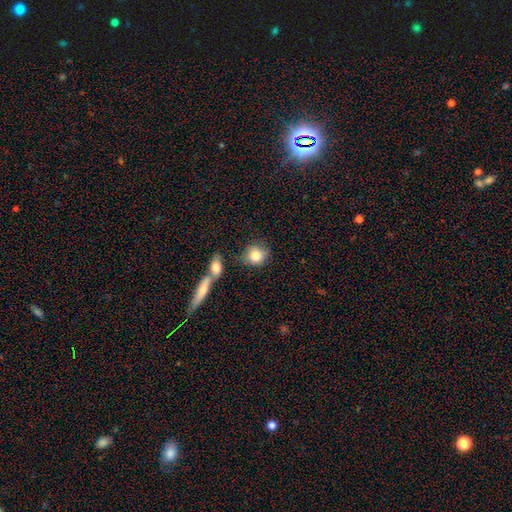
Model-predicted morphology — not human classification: Smooth or featured?
  - smooth: 82% *
  - featured or disk: 11%
  - star or artifact: 7%
How rounded?
  - round: 75% *
  - in between: 23%
  - cigar-shaped: 2%
Merging?
  - none: 61% *
  - minor disturbance: 17%
  - merger: 16%
  - major disturbance: 6%